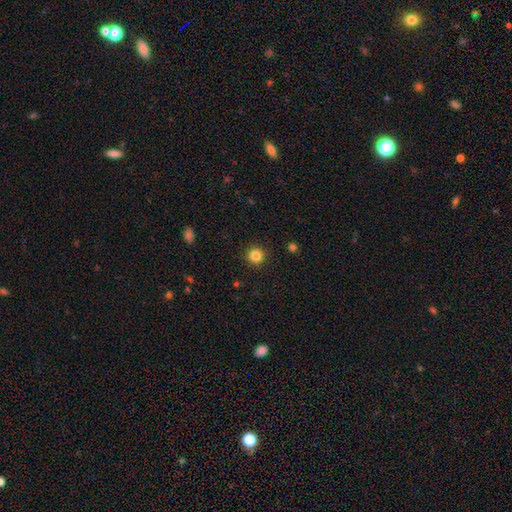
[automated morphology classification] Smooth or featured? smooth (84%)
How rounded? round (95%)
Merging? none (92%)